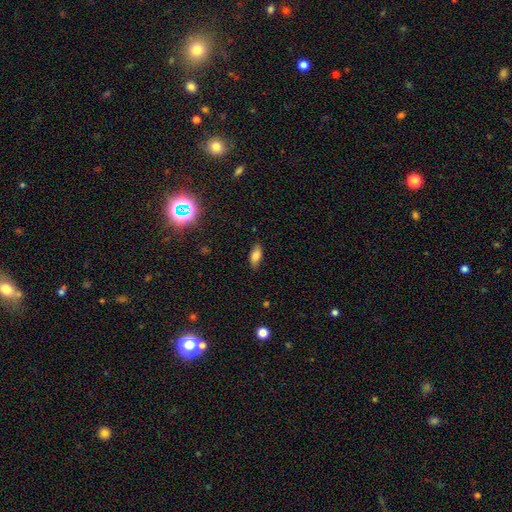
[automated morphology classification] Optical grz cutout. It shows a smooth galaxy with no disk features (79%) that is in between round and cigar-shaped (84%). Merging: none (82%).